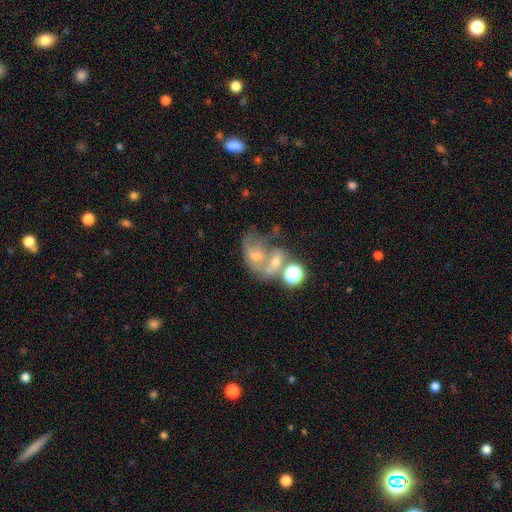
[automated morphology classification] This is possibly a featured or disk galaxy (46%). Merging: possibly merger (52%).